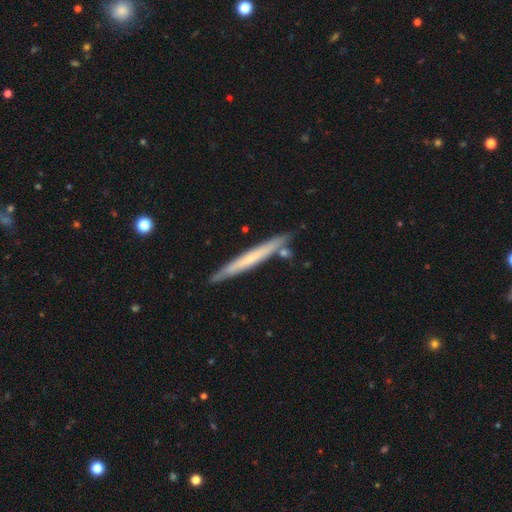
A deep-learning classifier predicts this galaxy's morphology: A featured or disk galaxy (49%).

Vote fractions:
- Smooth or featured? featured or disk: 49% / smooth: 44% / star or artifact: 6%
- Merging? none: 84% / minor disturbance: 11% / merger: 3% / major disturbance: 2%